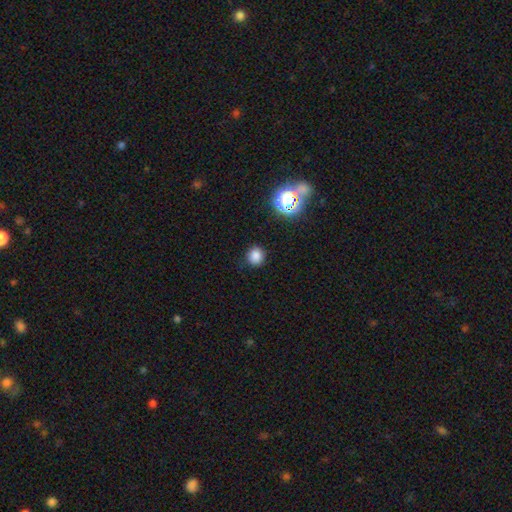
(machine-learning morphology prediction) smooth 80%, star or artifact 15%, featured or disk 4%. Down the decision tree: how rounded — round (89%); merging — none (88%).